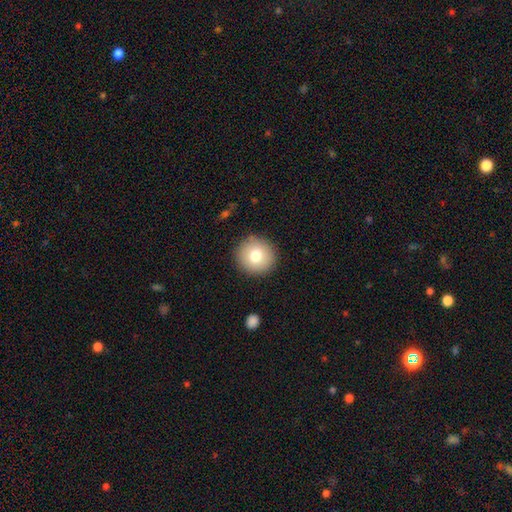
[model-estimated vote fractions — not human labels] smooth 77%, featured or disk 14%, star or artifact 9%. Down the decision tree: how rounded — round (93%); merging — none (89%).